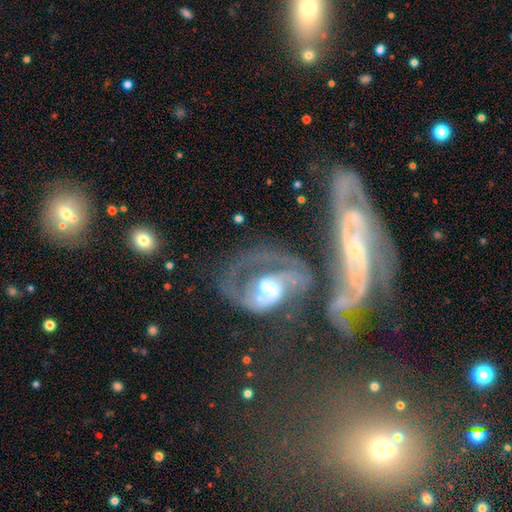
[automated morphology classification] Smooth or featured: featured or disk — 79% (smooth — 13%)
Edge-on disk: no — 94% (yes — 6%)
Bar: no — 51% (weak — 31%)
Spiral arms: yes — 82% (no — 18%)
Spiral winding: medium — 42% (tight — 39%)
Spiral arm count: 2 — 51% (can't tell — 22%)
Bulge size: moderate — 58% (small — 24%)
Merging: merger — 41% (none — 25%)